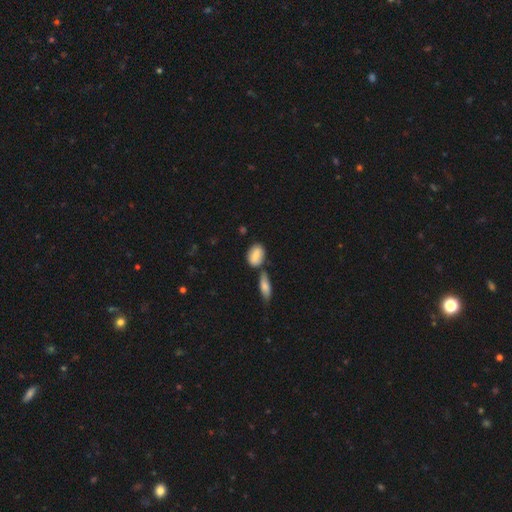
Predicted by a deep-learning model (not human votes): smooth_or_featured: smooth (p=0.83) [alt: featured or disk p=0.10]
how_rounded: in between (p=0.85) [alt: round p=0.11]
merging: none (p=0.59) [alt: merger p=0.22]